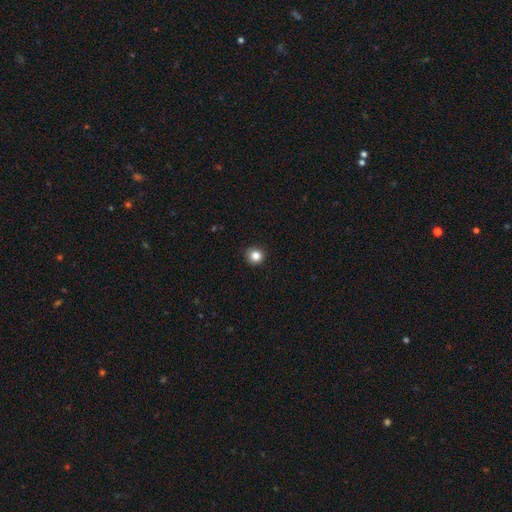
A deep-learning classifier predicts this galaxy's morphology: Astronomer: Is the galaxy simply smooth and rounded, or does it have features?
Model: smooth — 83%.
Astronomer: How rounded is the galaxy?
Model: round — 93%.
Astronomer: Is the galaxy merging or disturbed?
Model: none — 91%.